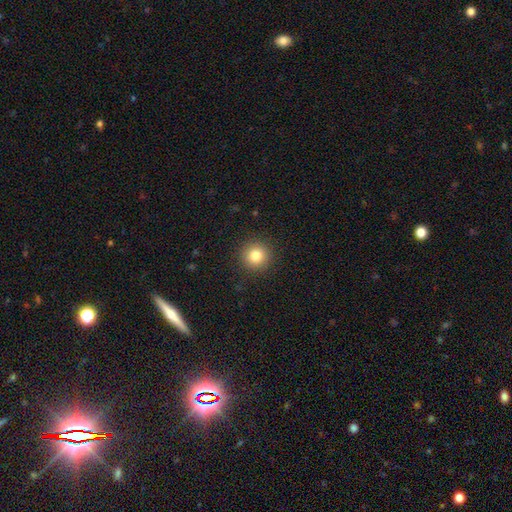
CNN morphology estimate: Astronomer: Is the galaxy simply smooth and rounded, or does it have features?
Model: smooth — 82%.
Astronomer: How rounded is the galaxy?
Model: round — 95%.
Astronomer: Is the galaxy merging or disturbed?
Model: none — 91%.